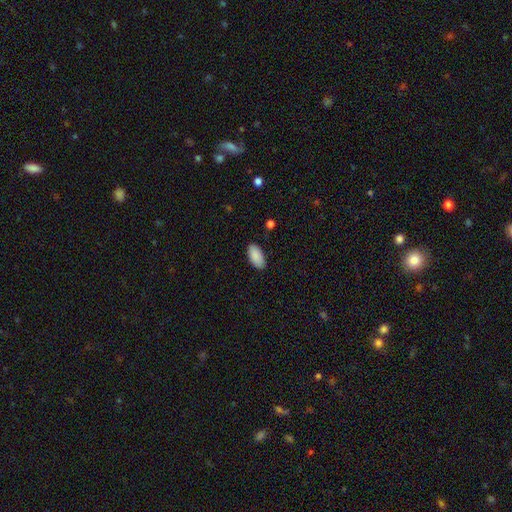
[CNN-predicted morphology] smooth 90%, star or artifact 6%, featured or disk 4%. Down the decision tree: how rounded — in between (95%); merging — none (87%).